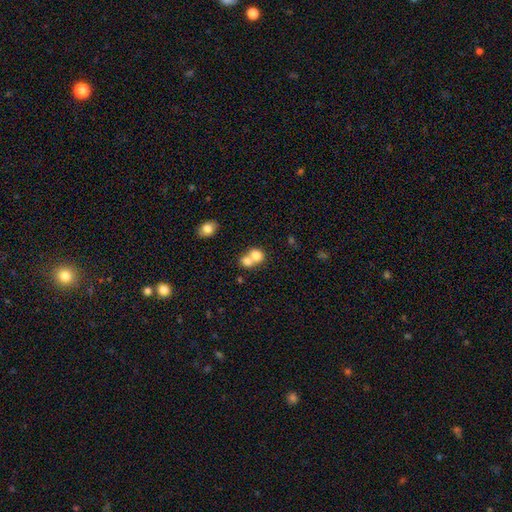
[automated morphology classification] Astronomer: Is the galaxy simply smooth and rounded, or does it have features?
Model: smooth — 78%.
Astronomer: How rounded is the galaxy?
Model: round — 69%.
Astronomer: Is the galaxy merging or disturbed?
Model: merger — 65%.